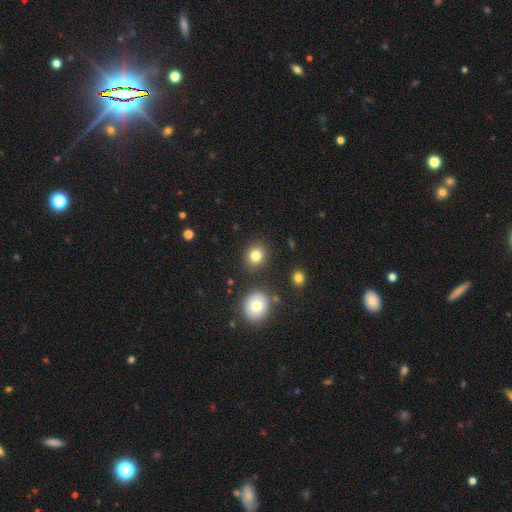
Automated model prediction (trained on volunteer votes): Smooth or featured? smooth (80%)
How rounded? round (73%)
Merging? none (84%)